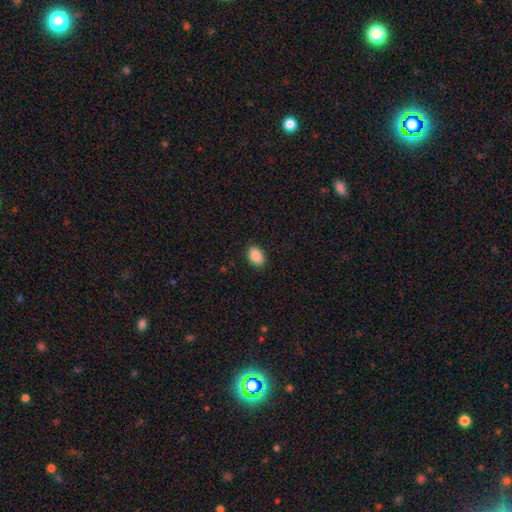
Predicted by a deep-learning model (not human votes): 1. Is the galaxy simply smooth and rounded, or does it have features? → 89% smooth, 7% star or artifact, 4% featured or disk.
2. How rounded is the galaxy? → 89% in between, 10% round, 1% cigar-shaped.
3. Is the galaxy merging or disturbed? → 88% none, 9% minor disturbance, 2% major disturbance, 1% merger.